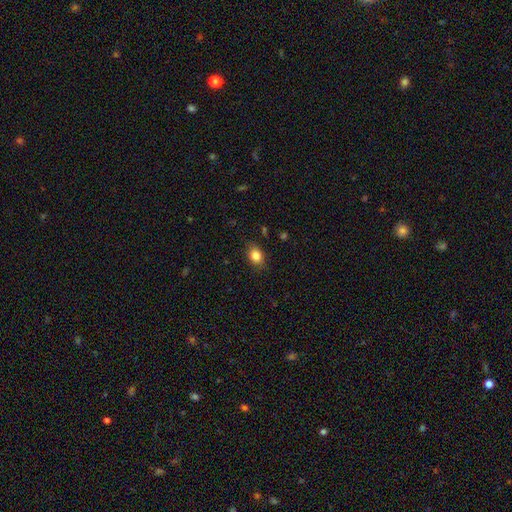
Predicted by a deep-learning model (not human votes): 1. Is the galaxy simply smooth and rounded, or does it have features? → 84% smooth, 10% star or artifact, 7% featured or disk.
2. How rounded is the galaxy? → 65% in between, 34% round, 1% cigar-shaped.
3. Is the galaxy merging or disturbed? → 85% none, 12% minor disturbance, 3% major disturbance, 1% merger.